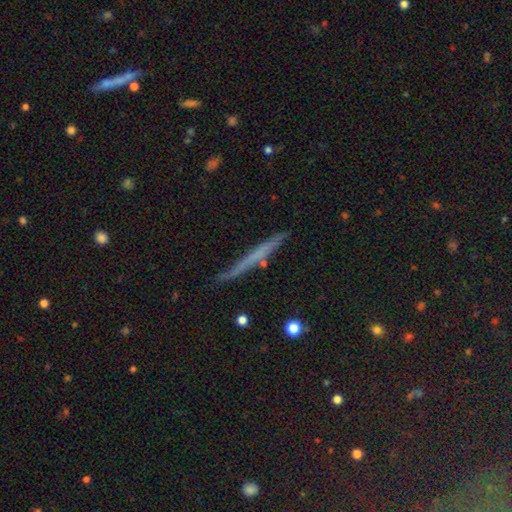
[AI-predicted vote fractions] smooth 47%, featured or disk 44%, star or artifact 9%. Down the decision tree: merging — none (85%).